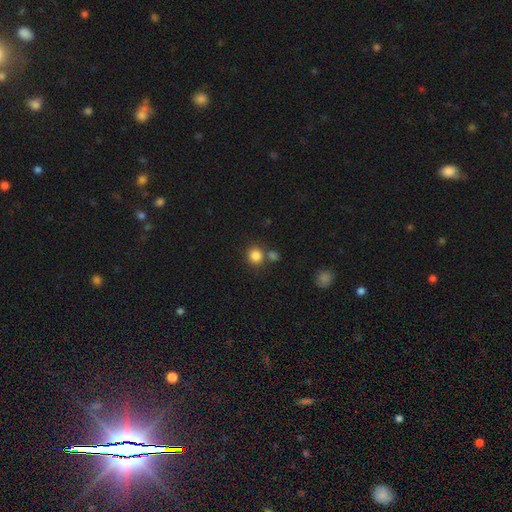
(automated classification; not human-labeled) Smooth or featured: smooth — 84% (star or artifact — 11%)
How rounded: round — 88% (in between — 11%)
Merging: none — 69% (merger — 19%)